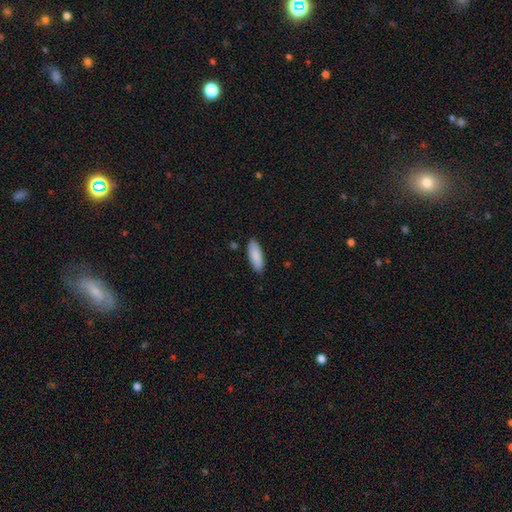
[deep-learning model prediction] smooth-or-featured: smooth: 88% | featured or disk: 6% | star or artifact: 6%
  how-rounded: in between: 69% | cigar-shaped: 30% | round: 2%
  merging: none: 87% | minor disturbance: 9% | major disturbance: 2% | merger: 2%